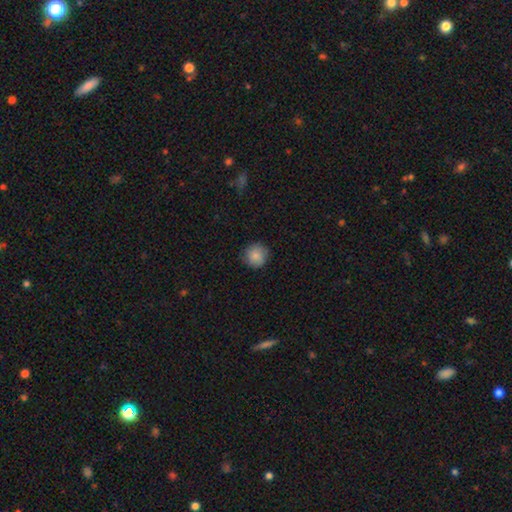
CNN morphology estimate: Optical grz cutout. It shows a smooth galaxy with no disk features (87%) that is round (93%). Merging: none (86%).